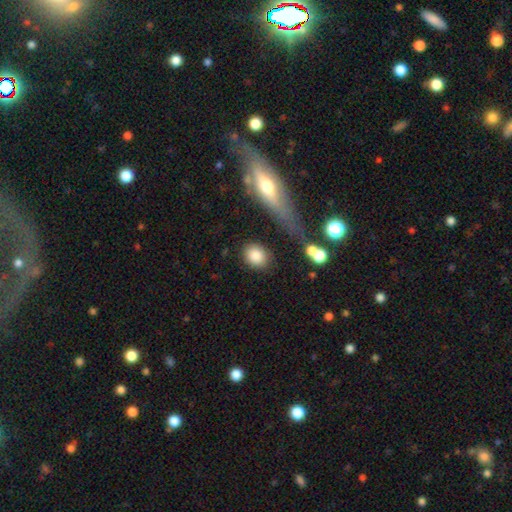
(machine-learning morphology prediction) Smooth or featured? smooth (85%)
How rounded? round (58%)
Merging? none (80%)